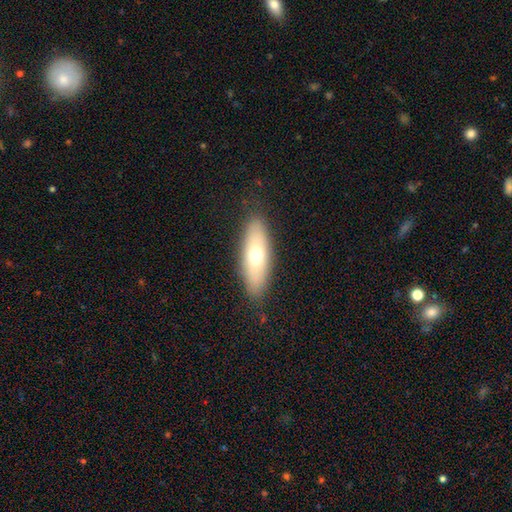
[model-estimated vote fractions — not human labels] The model was most divided on "how rounded": in between: 60%, cigar-shaped: 37%, round: 3%. More confident: merging — none (86%); smooth or featured — smooth (63%).